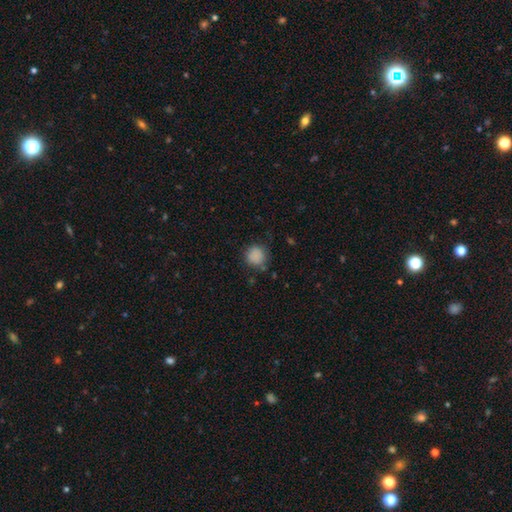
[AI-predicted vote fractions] A smooth galaxy with no disk features (86%) that is round (87%).

Vote fractions:
- Smooth or featured? smooth: 86% / star or artifact: 10% / featured or disk: 4%
- How rounded? round: 87% / in between: 12% / cigar-shaped: 1%
- Merging? none: 76% / minor disturbance: 17% / major disturbance: 5% / merger: 2%